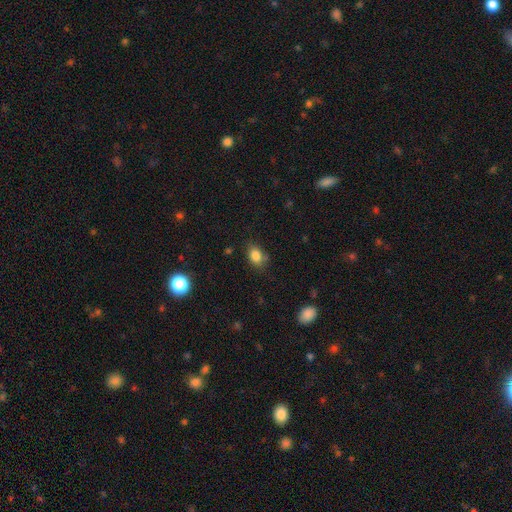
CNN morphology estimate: A smooth galaxy with no disk features (83%) that is in between round and cigar-shaped (71%). Merging: none (73%).